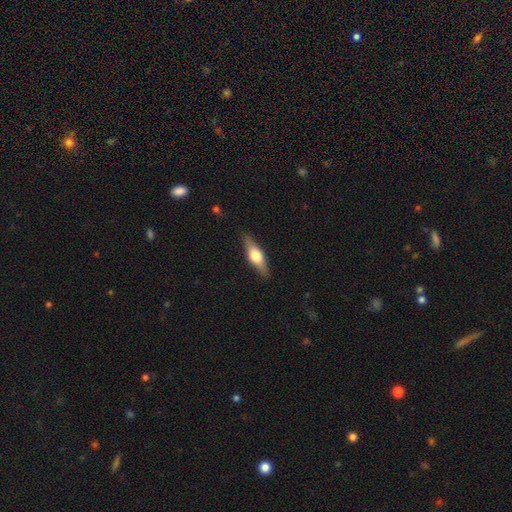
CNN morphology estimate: smooth_or_featured: featured or disk (p=0.52) [alt: smooth p=0.42]
disk_edge_on: yes (p=0.93) [alt: no p=0.07]
merging: none (p=0.87) [alt: minor disturbance p=0.10]